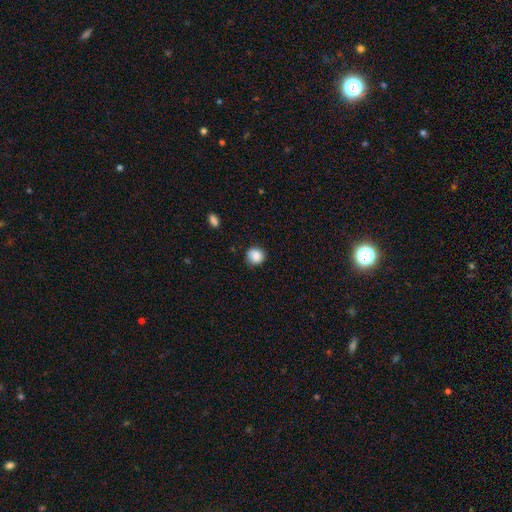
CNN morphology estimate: A smooth galaxy with no disk features (87%) that is round (88%).

Vote fractions:
- Smooth or featured? smooth: 87% / star or artifact: 9% / featured or disk: 4%
- How rounded? round: 88% / in between: 11% / cigar-shaped: 1%
- Merging? none: 81% / minor disturbance: 14% / major disturbance: 3% / merger: 1%